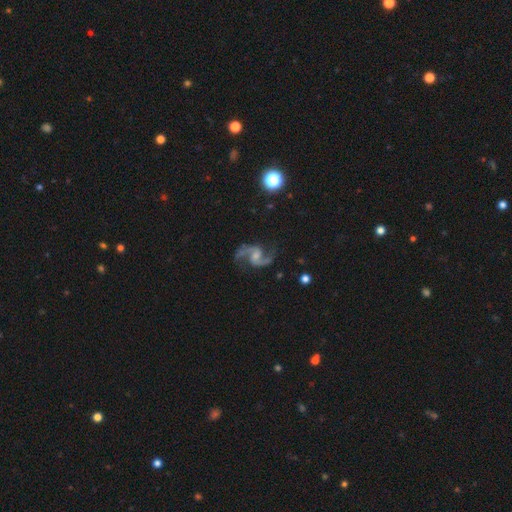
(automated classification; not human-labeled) Smooth or featured? featured or disk (93%)
Edge-on disk? no (98%)
Bar? weak (48%)
Spiral arms? yes (98%)
Spiral winding? loose (49%)
Spiral arm count? 2 (94%)
Bulge size? small (47%)
Merging? none (78%)